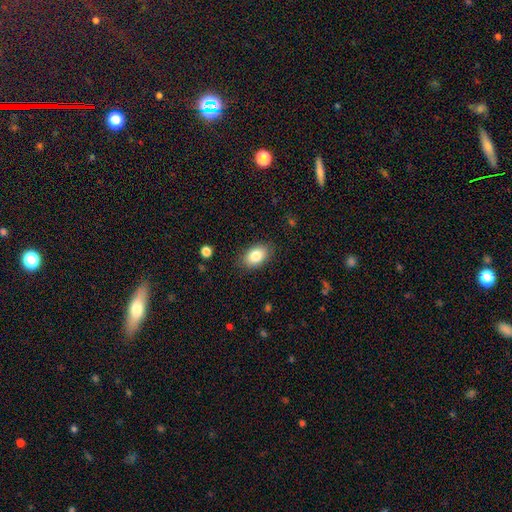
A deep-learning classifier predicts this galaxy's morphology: Q: Smooth or featured?
A: smooth (84%); runner-up: featured or disk (8%)
Q: How rounded?
A: in between (88%); runner-up: round (11%)
Q: Merging?
A: none (85%); runner-up: minor disturbance (11%)